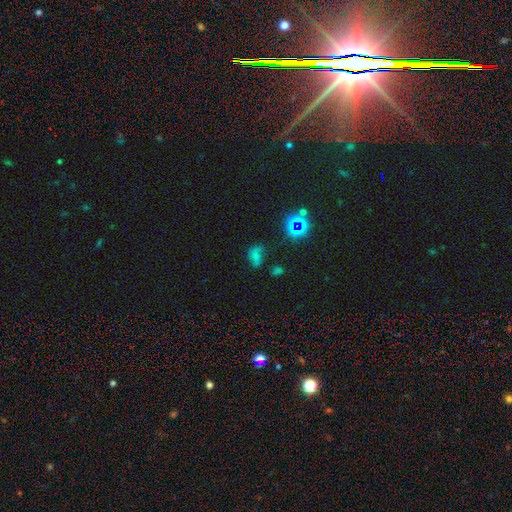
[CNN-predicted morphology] This is marginally a smooth galaxy (43%). Merging: possibly none (47%).